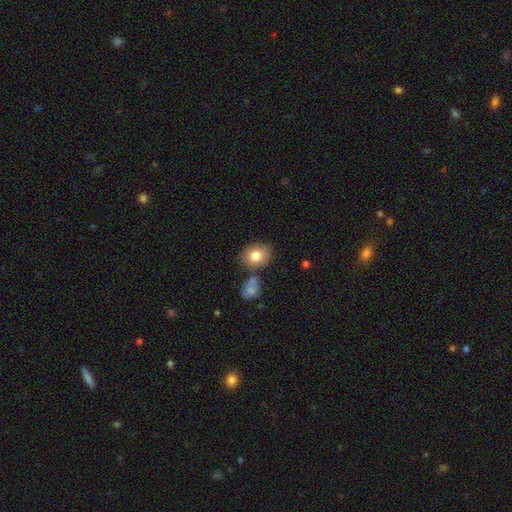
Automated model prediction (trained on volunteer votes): Smooth or featured? smooth (80%)
How rounded? in between (57%)
Merging? none (72%)